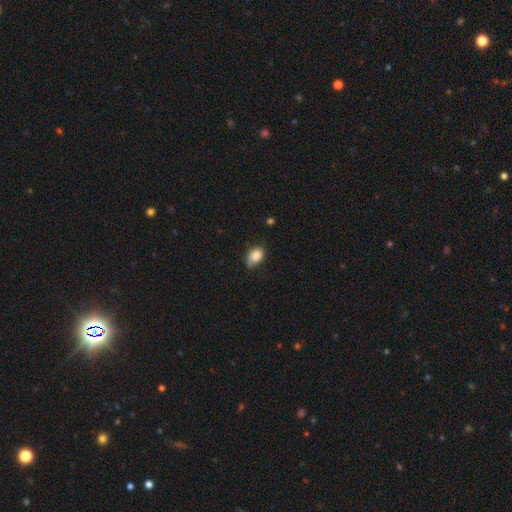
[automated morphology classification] The model was most divided on "merging": none: 49%, minor disturbance: 40%, major disturbance: 10%, merger: 2%. More confident: smooth or featured — smooth (83%); how rounded — in between (73%).